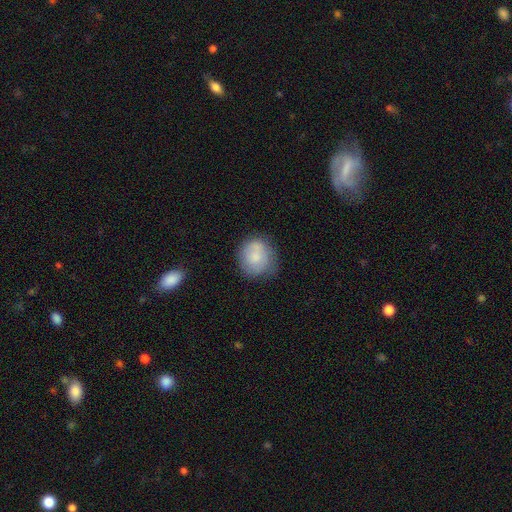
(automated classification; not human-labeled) smooth_or_featured: smooth (p=0.75) [alt: featured or disk p=0.17]
how_rounded: round (p=0.79) [alt: in between p=0.20]
merging: none (p=0.63) [alt: minor disturbance p=0.26]